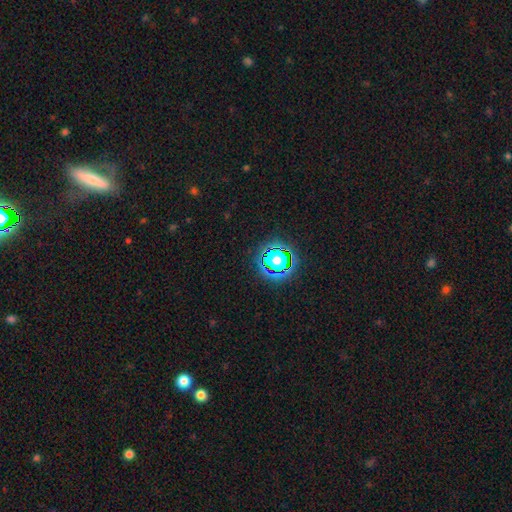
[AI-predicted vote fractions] This appears to be a star or artifact, not a galaxy (73%).